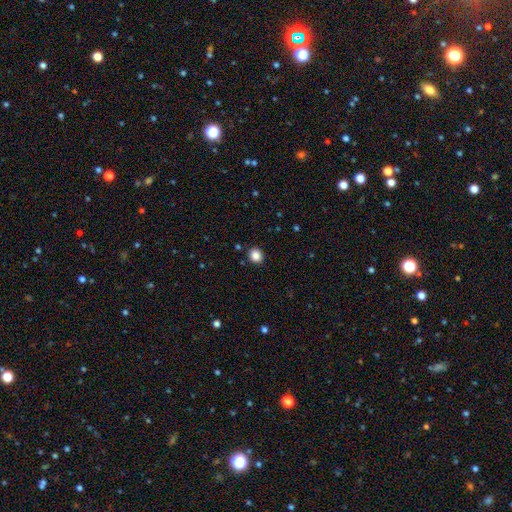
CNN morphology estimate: The model was most divided on "how rounded": round: 82%, in between: 17%, cigar-shaped: 1%. More confident: merging — none (91%); smooth or featured — smooth (86%).